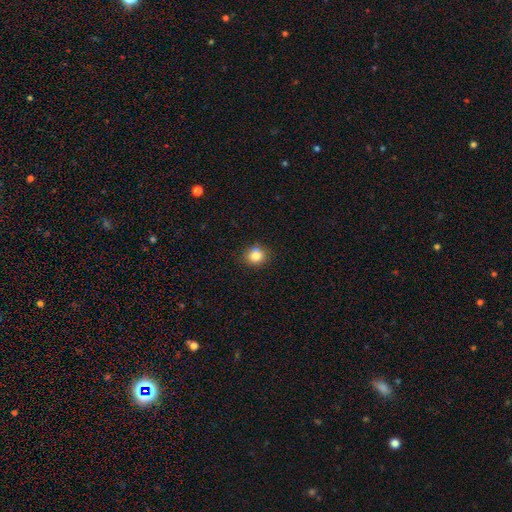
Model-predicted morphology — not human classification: smooth_or_featured: smooth (p=0.83) [alt: star or artifact p=0.11]
how_rounded: round (p=0.85) [alt: in between p=0.14]
merging: none (p=0.87) [alt: minor disturbance p=0.10]